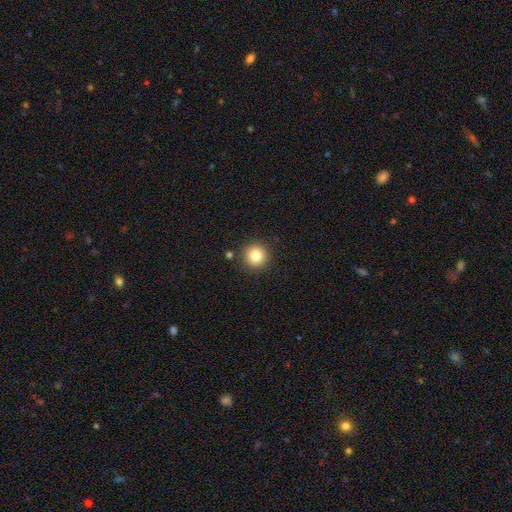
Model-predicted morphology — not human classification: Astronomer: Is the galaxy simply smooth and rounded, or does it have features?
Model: smooth — 81%.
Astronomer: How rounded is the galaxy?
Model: round — 95%.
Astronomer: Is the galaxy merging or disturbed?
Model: none — 89%.